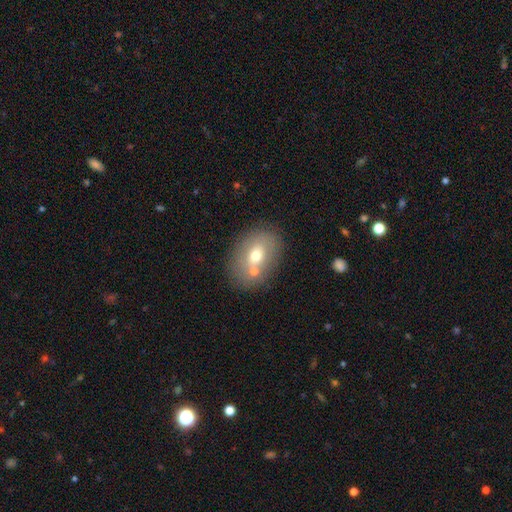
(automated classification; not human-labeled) smooth 63%, featured or disk 27%, star or artifact 10%. Down the decision tree: how rounded — in between (75%); merging — none (69%).